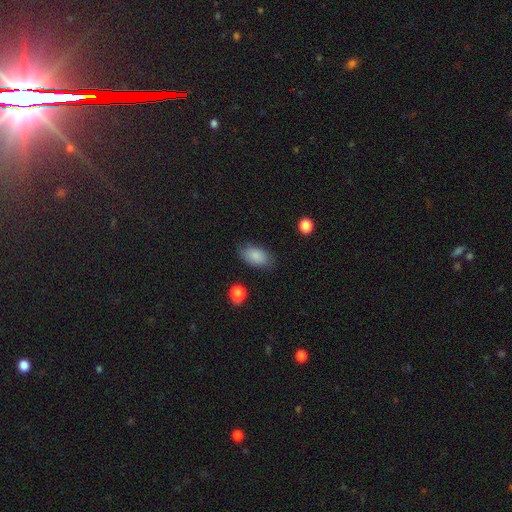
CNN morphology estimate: Q: Smooth or featured?
A: smooth (86%); runner-up: star or artifact (7%)
Q: How rounded?
A: in between (92%); runner-up: round (6%)
Q: Merging?
A: none (77%); runner-up: minor disturbance (17%)